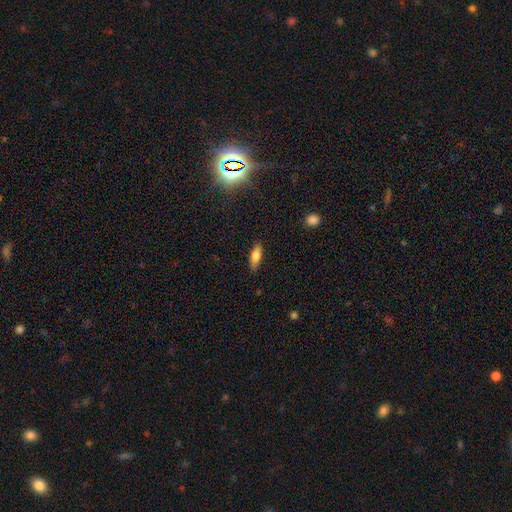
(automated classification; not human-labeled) Smooth or featured? Predicted: smooth (p=0.69). How rounded? Predicted: in between (p=0.58). Merging? Predicted: none (p=0.87).